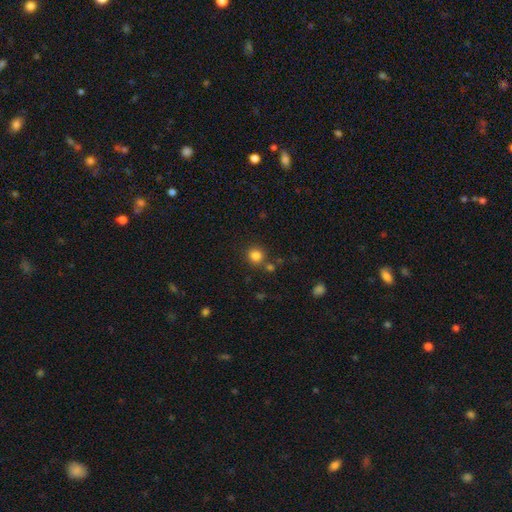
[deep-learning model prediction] This appears to be a smooth galaxy with no disk features (83%) that is round (92%). Merging: none (81%).